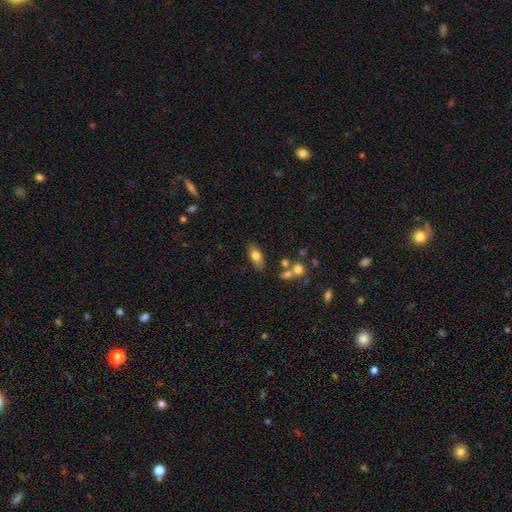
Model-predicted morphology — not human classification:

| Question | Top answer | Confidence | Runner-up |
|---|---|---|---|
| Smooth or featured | smooth | 73% | featured or disk (19%) |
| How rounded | in between | 86% | cigar-shaped (10%) |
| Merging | none | 76% | minor disturbance (13%) |